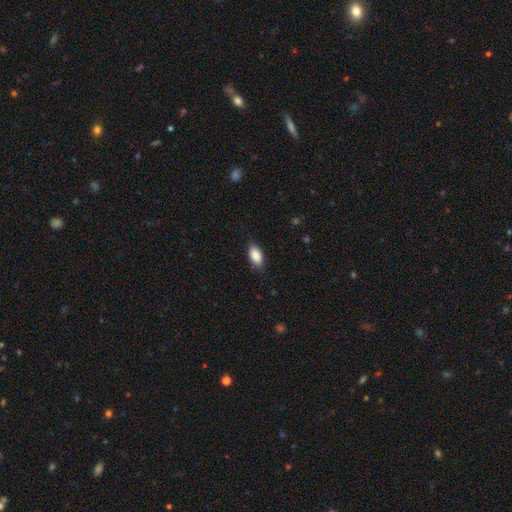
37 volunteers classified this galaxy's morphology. Smooth or featured? smooth (95%)
How rounded? in between (100%)
Merging? none (73%)